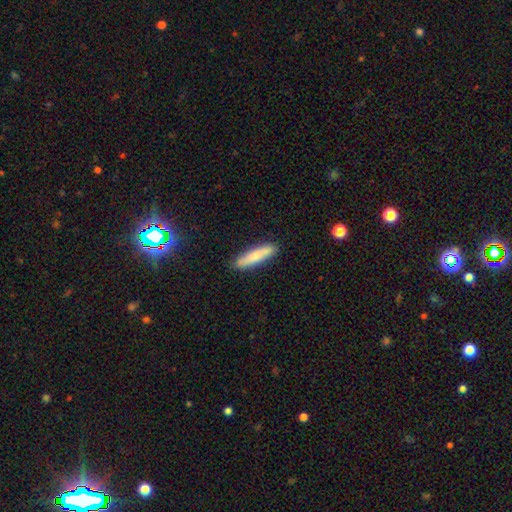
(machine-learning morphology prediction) Smooth or featured?
  - smooth: 71% *
  - featured or disk: 23%
  - star or artifact: 6%
How rounded?
  - cigar-shaped: 82% *
  - in between: 16%
  - round: 2%
Merging?
  - none: 87% *
  - minor disturbance: 10%
  - major disturbance: 2%
  - merger: 2%